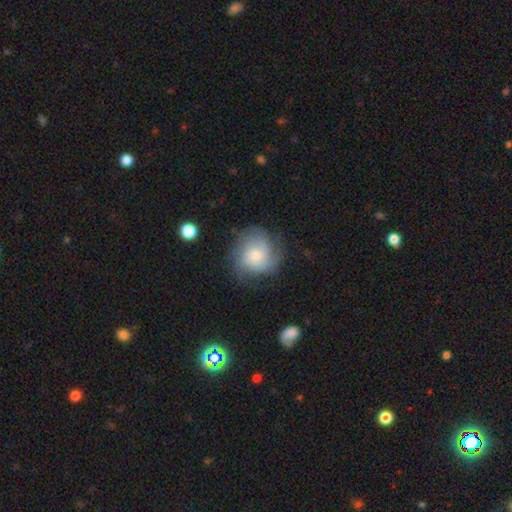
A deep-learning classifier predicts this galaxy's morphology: Overall: featured or disk (47%; smooth 44%). Merging: none (64%).